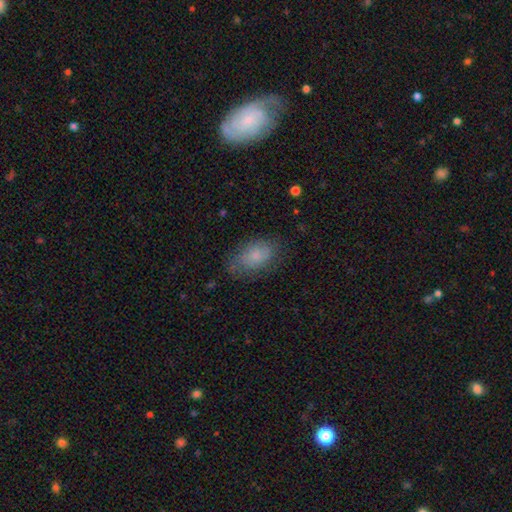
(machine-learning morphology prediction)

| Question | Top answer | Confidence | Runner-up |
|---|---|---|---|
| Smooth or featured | smooth | 75% | featured or disk (17%) |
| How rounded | in between | 91% | round (7%) |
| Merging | none | 71% | minor disturbance (21%) |